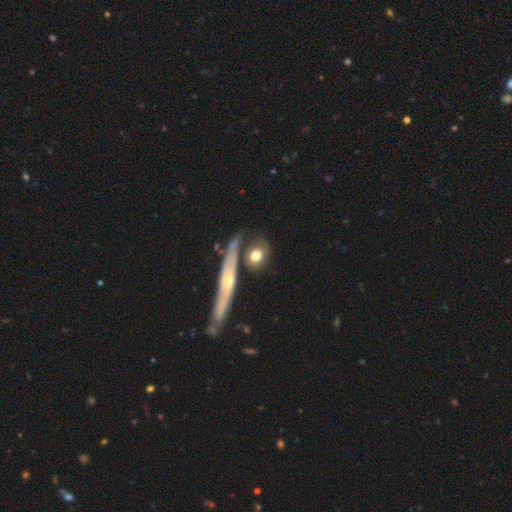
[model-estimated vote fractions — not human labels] This appears to be a smooth galaxy with no disk features (69%) that is round (55%). Merging: none (64%).